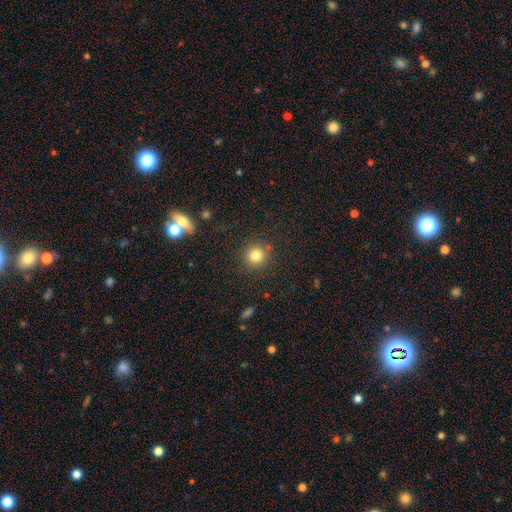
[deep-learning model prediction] Smooth or featured? smooth (82%)
How rounded? round (93%)
Merging? none (86%)